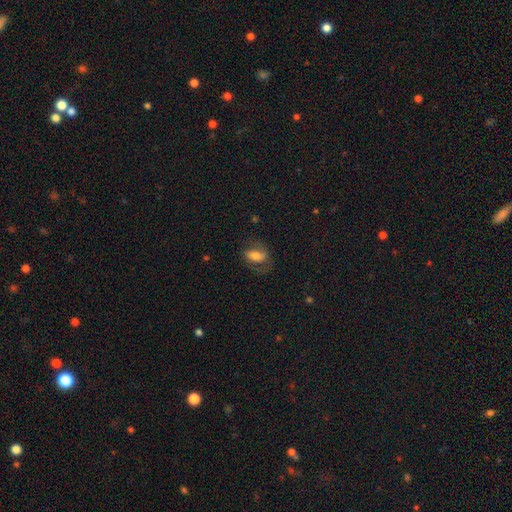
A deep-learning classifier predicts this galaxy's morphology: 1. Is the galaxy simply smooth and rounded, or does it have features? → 54% smooth, 37% featured or disk, 9% star or artifact.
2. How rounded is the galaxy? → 84% in between, 11% round, 5% cigar-shaped.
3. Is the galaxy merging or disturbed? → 60% none, 21% minor disturbance, 18% major disturbance, 1% merger.